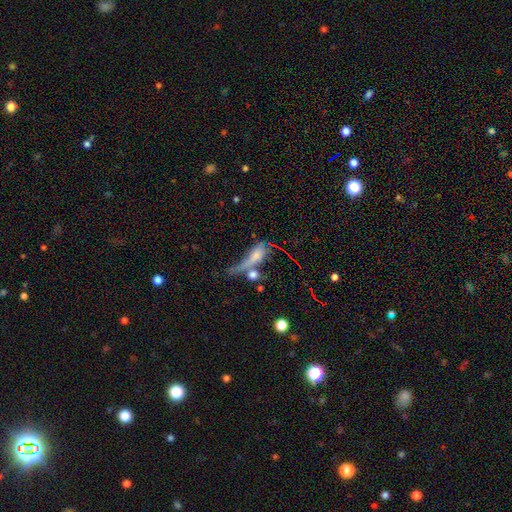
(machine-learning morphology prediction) Q: Smooth or featured?
A: smooth (57%); runner-up: featured or disk (31%)
Q: How rounded?
A: cigar-shaped (47%); runner-up: in between (44%)
Q: Merging?
A: merger (35%); runner-up: none (26%)